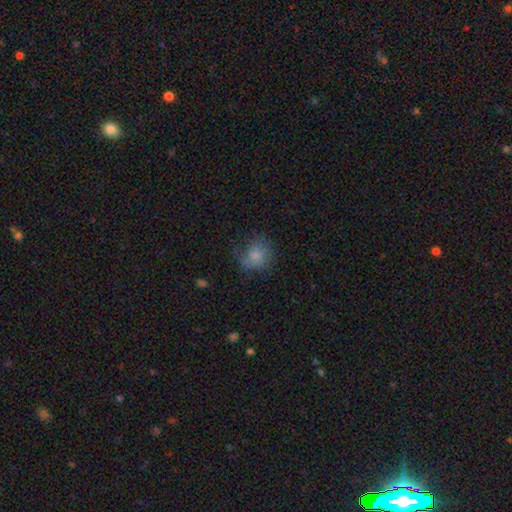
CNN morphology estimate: A smooth galaxy with no disk features (78%) that is round (73%).

Vote fractions:
- Smooth or featured? smooth: 78% / featured or disk: 12% / star or artifact: 11%
- How rounded? round: 73% / in between: 26% / cigar-shaped: 1%
- Merging? none: 60% / minor disturbance: 25% / major disturbance: 14% / merger: 2%